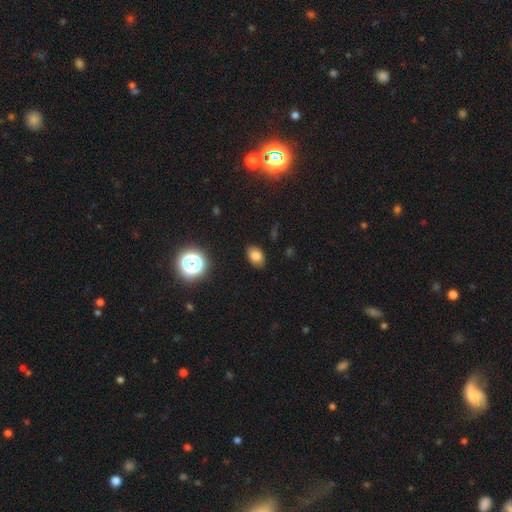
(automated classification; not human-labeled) Smooth or featured? smooth (79%)
How rounded? in between (80%)
Merging? none (87%)